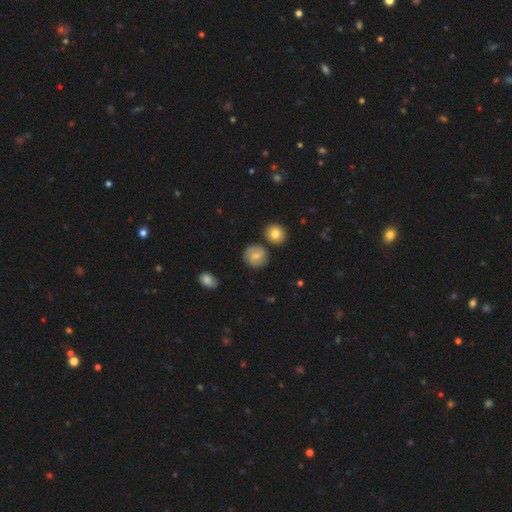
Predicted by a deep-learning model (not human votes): Morphology: type=smooth (49%); merging=none (79%).